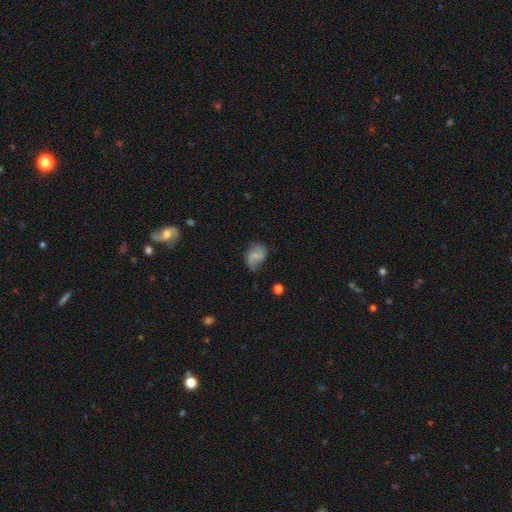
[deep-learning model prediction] smooth-or-featured: featured or disk: 50% | smooth: 41% | star or artifact: 9%
  disk-edge-on: no: 97% | yes: 3%
  merging: none: 58% | minor disturbance: 29% | major disturbance: 11% | merger: 2%